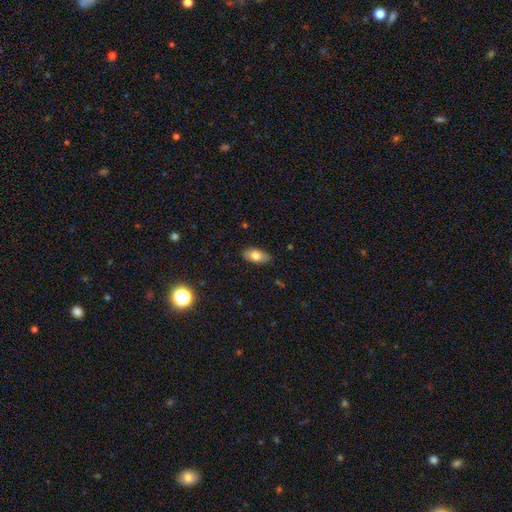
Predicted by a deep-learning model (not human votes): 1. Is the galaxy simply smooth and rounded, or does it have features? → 75% smooth, 18% featured or disk, 7% star or artifact.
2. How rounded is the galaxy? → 92% in between, 4% round, 4% cigar-shaped.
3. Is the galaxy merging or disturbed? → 83% none, 14% minor disturbance, 2% major disturbance, 1% merger.